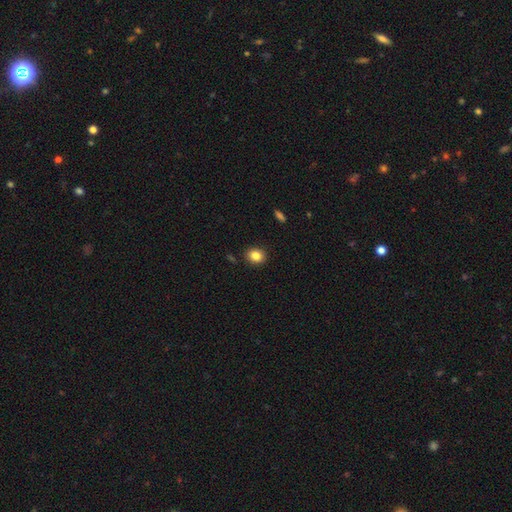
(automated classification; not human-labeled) Morphology: type=smooth (84%); roundness=round (65%); merging=none (90%).